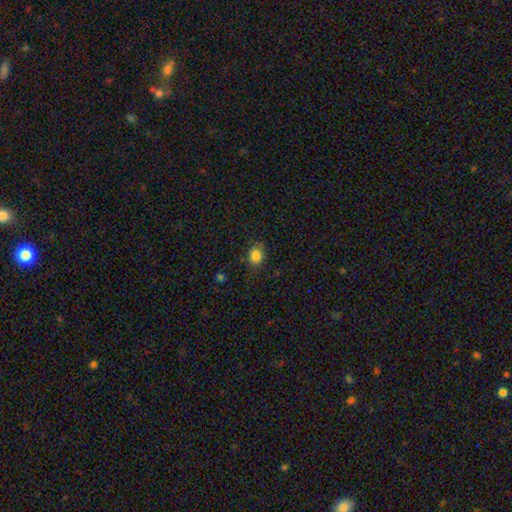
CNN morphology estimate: Smooth or featured? smooth (84%)
How rounded? round (50%)
Merging? none (78%)